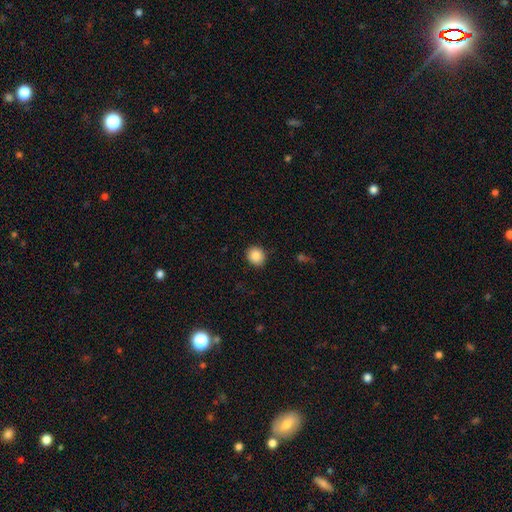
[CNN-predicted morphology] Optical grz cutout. It shows a smooth galaxy with no disk features (88%) that is round (77%). Merging: none (89%).